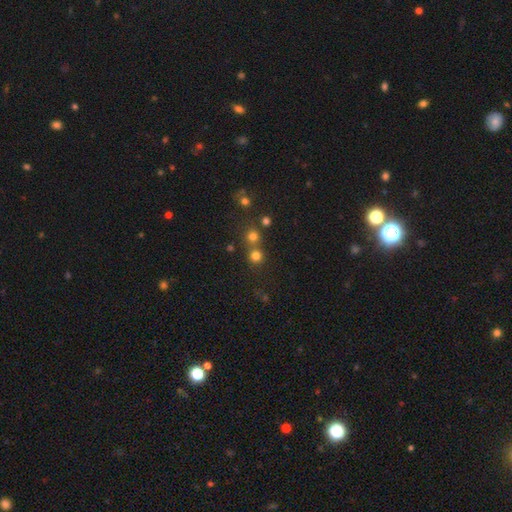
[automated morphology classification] The model was most divided on "merging": none: 65%, merger: 27%, minor disturbance: 6%, major disturbance: 2%. More confident: how rounded — round (92%); smooth or featured — smooth (74%).